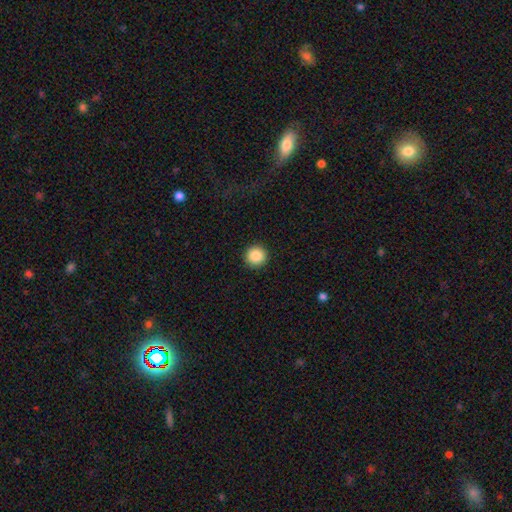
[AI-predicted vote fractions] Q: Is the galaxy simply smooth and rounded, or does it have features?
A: smooth — 88%.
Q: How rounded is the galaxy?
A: round — 95%.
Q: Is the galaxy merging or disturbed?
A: none — 93%.